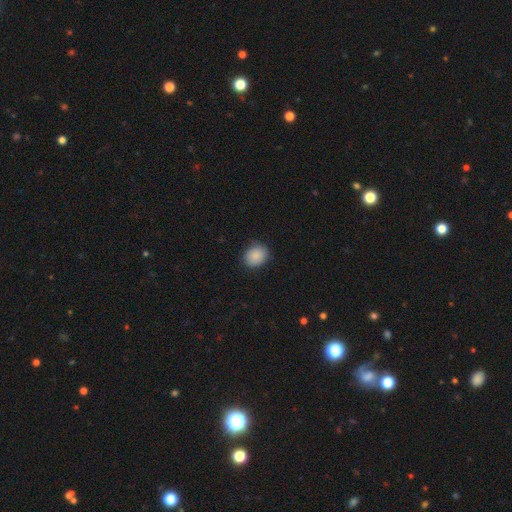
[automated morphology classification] smooth_or_featured: smooth (p=0.88) [alt: star or artifact p=0.08]
how_rounded: round (p=0.58) [alt: in between p=0.41]
merging: none (p=0.82) [alt: minor disturbance p=0.14]